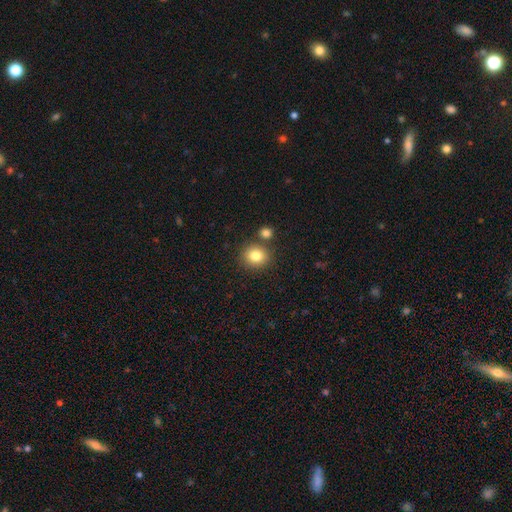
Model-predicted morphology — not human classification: A smooth galaxy with no disk features (82%) that is round (78%).

Vote fractions:
- Smooth or featured? smooth: 82% / star or artifact: 11% / featured or disk: 7%
- How rounded? round: 78% / in between: 21% / cigar-shaped: 1%
- Merging? none: 77% / merger: 11% / minor disturbance: 9% / major disturbance: 3%